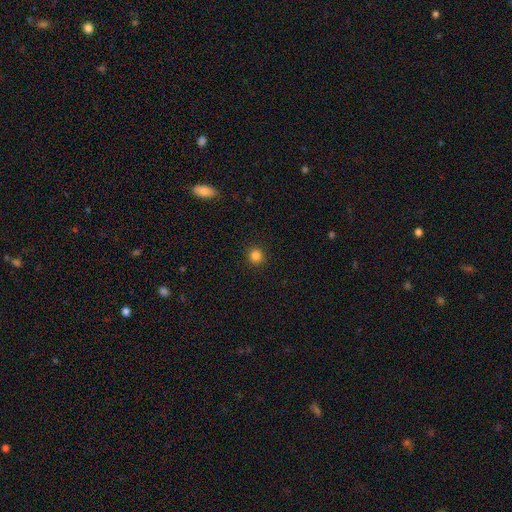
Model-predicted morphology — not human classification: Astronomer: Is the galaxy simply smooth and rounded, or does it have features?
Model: smooth — 85%.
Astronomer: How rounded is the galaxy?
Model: round — 93%.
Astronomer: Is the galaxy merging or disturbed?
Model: none — 91%.